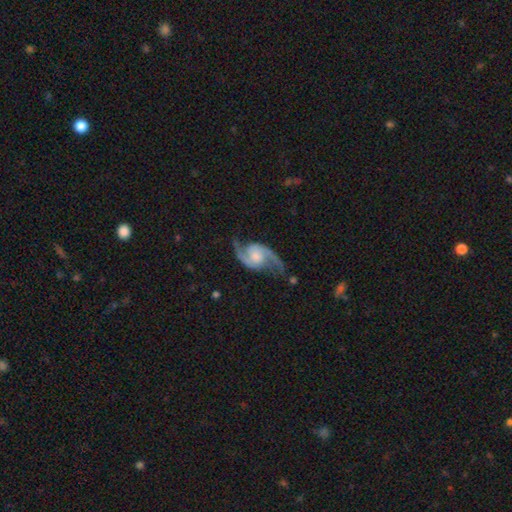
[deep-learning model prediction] A featured or disk galaxy (92%) with no bar (62%), 2 (94%) loose (47%) spiral arms (98%) and a moderate central bulge (42%).

Vote fractions:
- Smooth or featured? featured or disk: 92% / star or artifact: 4% / smooth: 4%
- Edge-on disk? no: 97% / yes: 3%
- Bar? no: 62% / weak: 30% / strong: 7%
- Spiral arms? yes: 98% / no: 2%
- Spiral winding? loose: 47% / medium: 43% / tight: 10%
- Spiral arm count? 2: 94% / can't tell: 1% / 1: 1% / 3: 1% / 4: 1% / more than 4: 1%
- Bulge size? moderate: 42% / small: 29% / large: 15% / none: 12% / dominant: 2%
- Merging? none: 75% / minor disturbance: 16% / major disturbance: 7% / merger: 2%